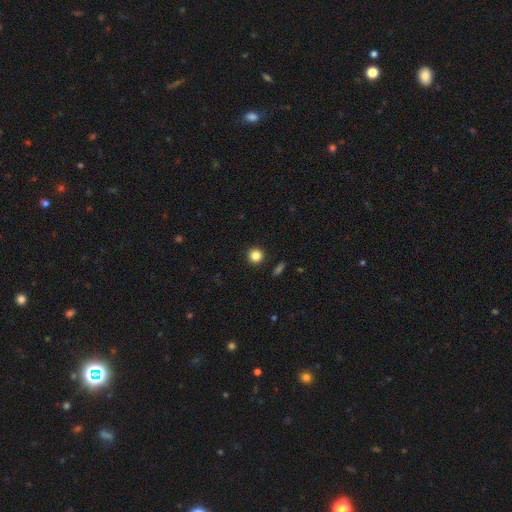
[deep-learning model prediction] Q: Smooth or featured?
A: smooth (85%); runner-up: star or artifact (11%)
Q: How rounded?
A: round (95%); runner-up: in between (4%)
Q: Merging?
A: none (92%); runner-up: minor disturbance (5%)